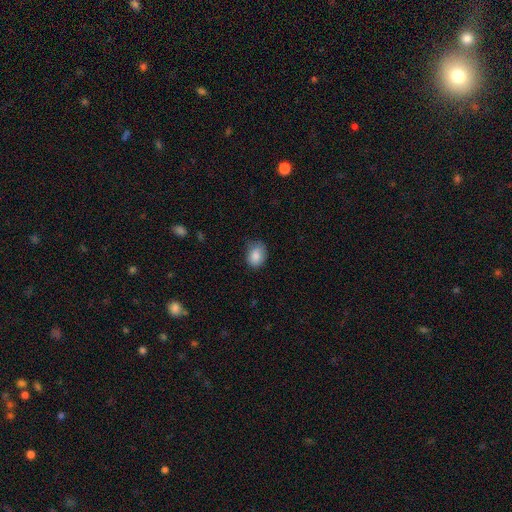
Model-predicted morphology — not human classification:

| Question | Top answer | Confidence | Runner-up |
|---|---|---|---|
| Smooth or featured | smooth | 86% | star or artifact (8%) |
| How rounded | in between | 65% | round (34%) |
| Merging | none | 68% | minor disturbance (26%) |